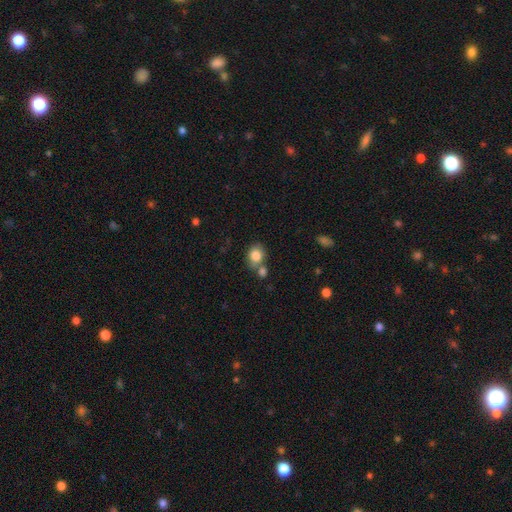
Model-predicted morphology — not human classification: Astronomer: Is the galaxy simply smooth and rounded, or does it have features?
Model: smooth — 84%.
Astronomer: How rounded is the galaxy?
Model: round — 57% (runner-up: in between, 42%).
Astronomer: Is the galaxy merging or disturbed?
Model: none — 53% (runner-up: merger, 29%).